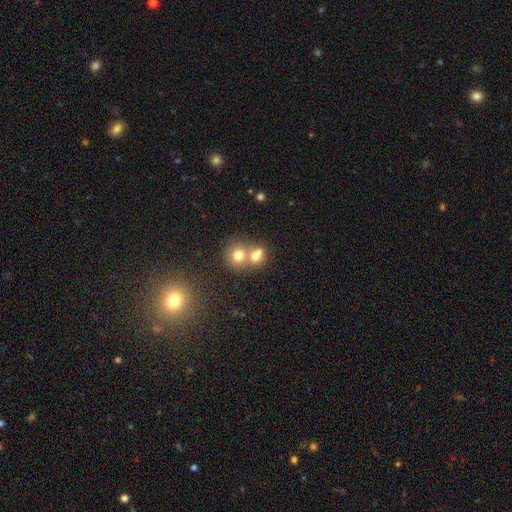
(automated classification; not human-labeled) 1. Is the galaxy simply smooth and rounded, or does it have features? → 72% smooth, 16% featured or disk, 12% star or artifact.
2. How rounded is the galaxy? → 69% round, 29% in between, 1% cigar-shaped.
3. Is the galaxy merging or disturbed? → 66% merger, 26% none, 5% minor disturbance, 3% major disturbance.